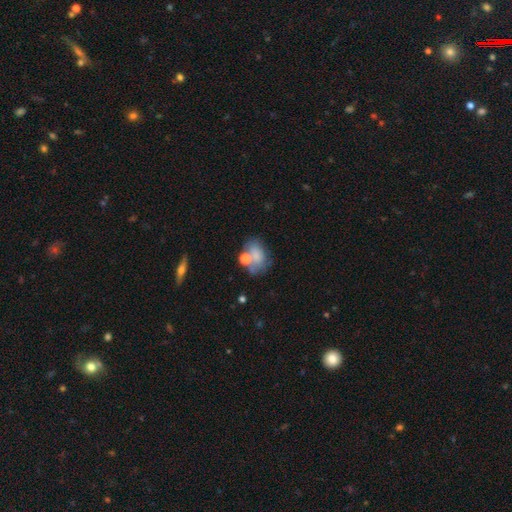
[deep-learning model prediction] This appears to be a smooth galaxy with no disk features (68%) that is in between round and cigar-shaped (72%). Merging: none (40%).